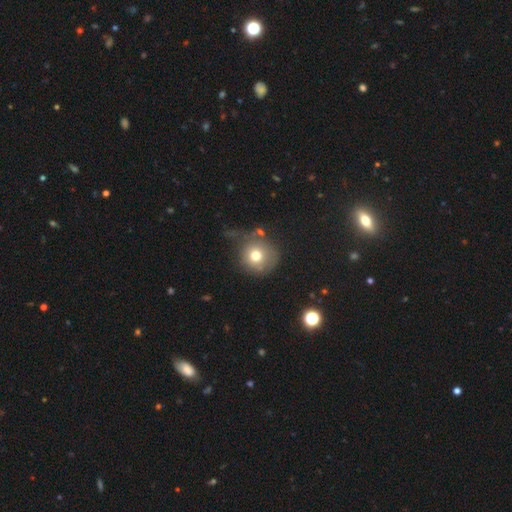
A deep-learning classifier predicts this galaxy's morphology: The model was most divided on "merging": none: 60%, minor disturbance: 21%, major disturbance: 12%, merger: 7%. More confident: how rounded — round (93%); smooth or featured — smooth (73%).